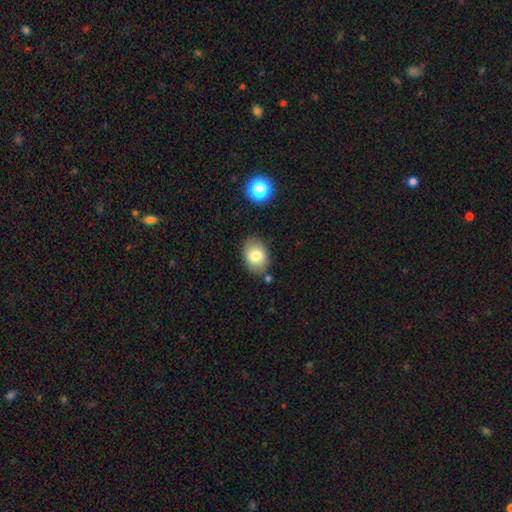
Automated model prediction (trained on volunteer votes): Smooth or featured: smooth — 80% (featured or disk — 11%)
How rounded: in between — 76% (round — 23%)
Merging: none — 79% (minor disturbance — 14%)